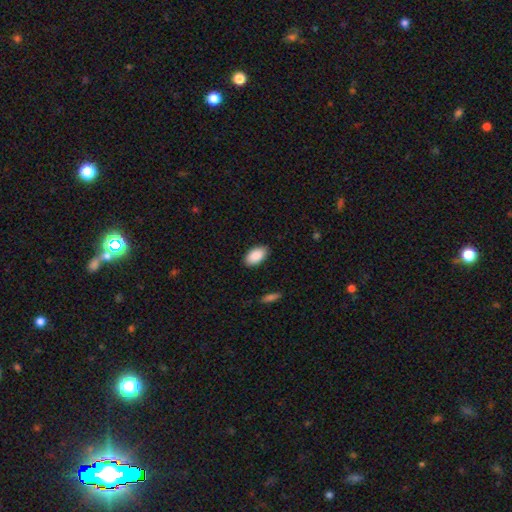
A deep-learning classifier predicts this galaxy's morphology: Smooth or featured?
  - smooth: 90% *
  - star or artifact: 6%
  - featured or disk: 3%
How rounded?
  - in between: 95% *
  - round: 3%
  - cigar-shaped: 2%
Merging?
  - none: 88% *
  - minor disturbance: 9%
  - major disturbance: 2%
  - merger: 1%